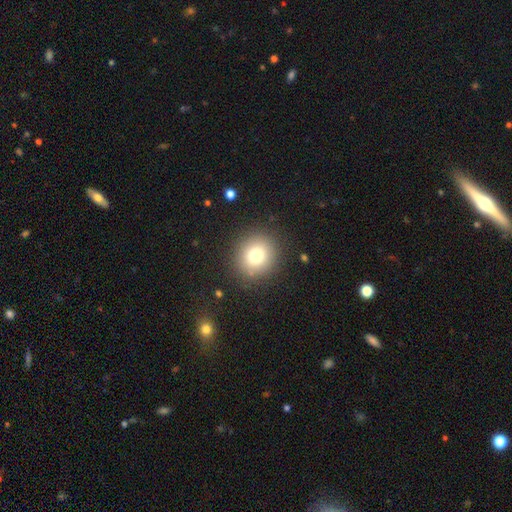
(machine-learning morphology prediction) Q: Smooth or featured?
A: smooth (76%); runner-up: star or artifact (13%)
Q: How rounded?
A: round (86%); runner-up: in between (13%)
Q: Merging?
A: none (88%); runner-up: minor disturbance (7%)